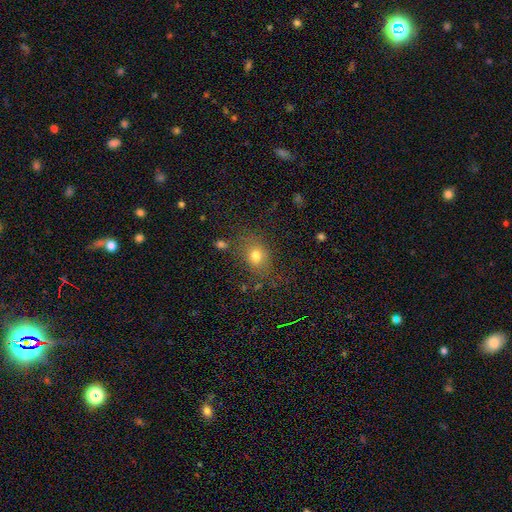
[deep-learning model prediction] Smooth or featured? Predicted: smooth (p=0.75). How rounded? Predicted: in between (p=0.51). Merging? Predicted: none (p=0.74).